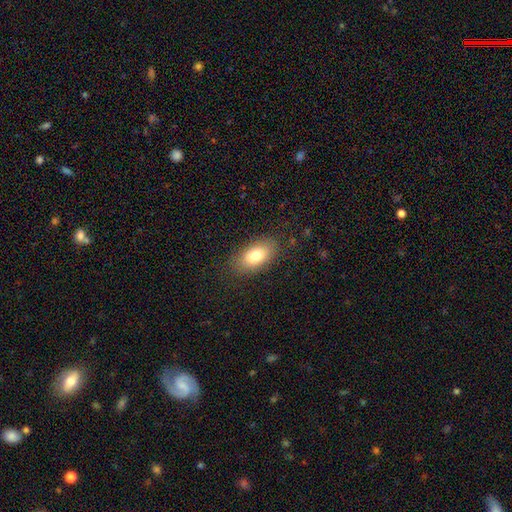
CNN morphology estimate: This appears to be a smooth galaxy with no disk features (76%) that is in between round and cigar-shaped (91%). Merging: none (84%).